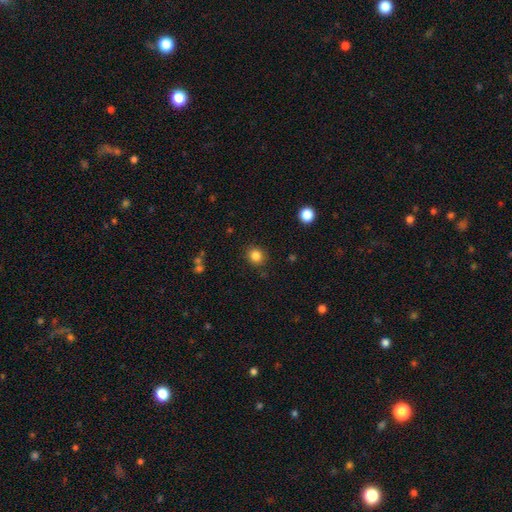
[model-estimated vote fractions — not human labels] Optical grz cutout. It shows a smooth galaxy with no disk features (84%) that is round (86%). Merging: none (89%).